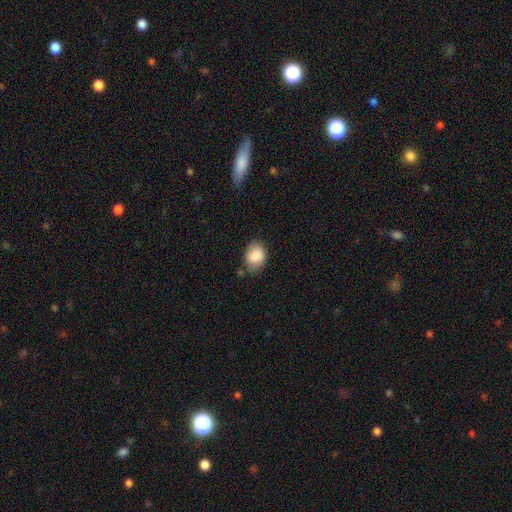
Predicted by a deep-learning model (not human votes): smooth 86%, star or artifact 7%, featured or disk 7%. Down the decision tree: how rounded — in between (71%); merging — none (67%).